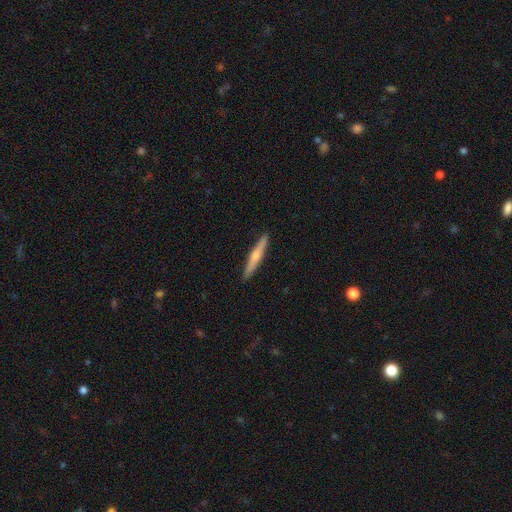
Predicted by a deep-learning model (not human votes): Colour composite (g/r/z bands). It shows a featured or disk galaxy (51%) viewed edge-on (97%). Merging: none (92%).